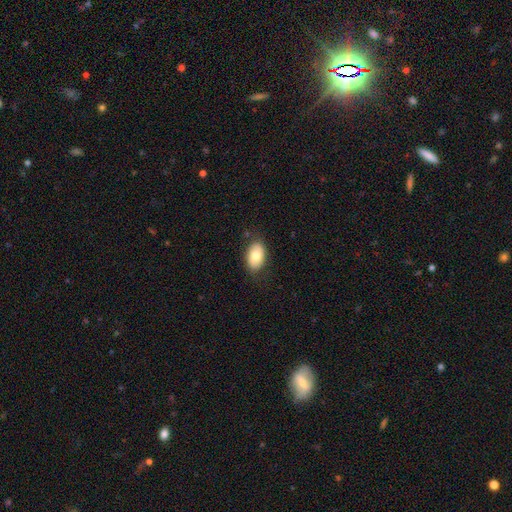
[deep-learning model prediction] This appears to be a smooth galaxy with no disk features (74%) that is in between round and cigar-shaped (91%). Merging: none (81%).